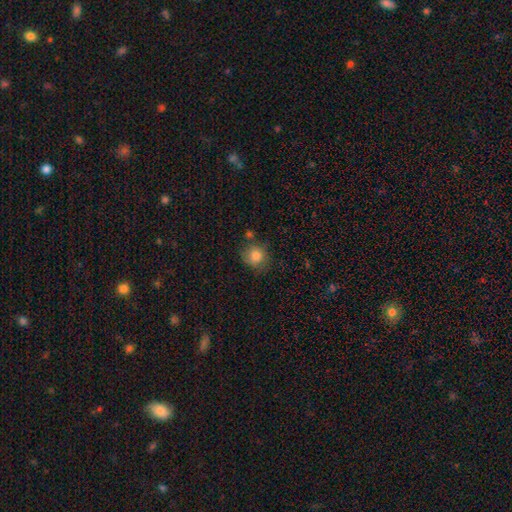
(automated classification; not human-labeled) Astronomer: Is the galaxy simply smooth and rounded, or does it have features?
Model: smooth — 83%.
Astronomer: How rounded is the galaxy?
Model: round — 82%.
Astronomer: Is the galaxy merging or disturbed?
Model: none — 65%.